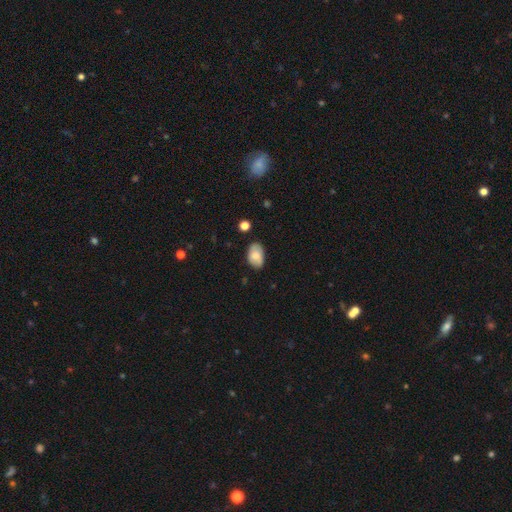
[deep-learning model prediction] Overall: smooth (78%). How rounded: in between (91%). Merging: none (76%).